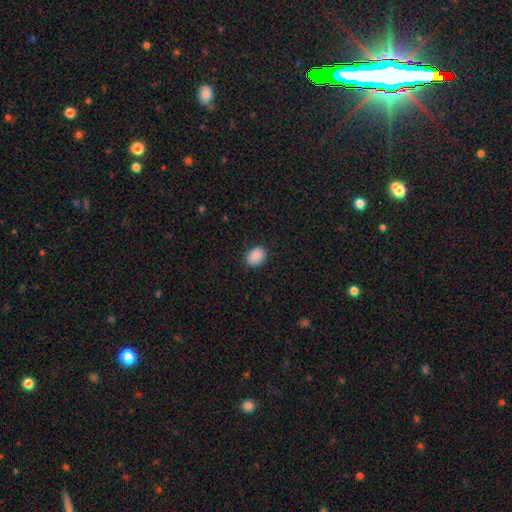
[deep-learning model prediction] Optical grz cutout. It shows a smooth galaxy with no disk features (88%) that is in between round and cigar-shaped (66%). Merging: none (84%).